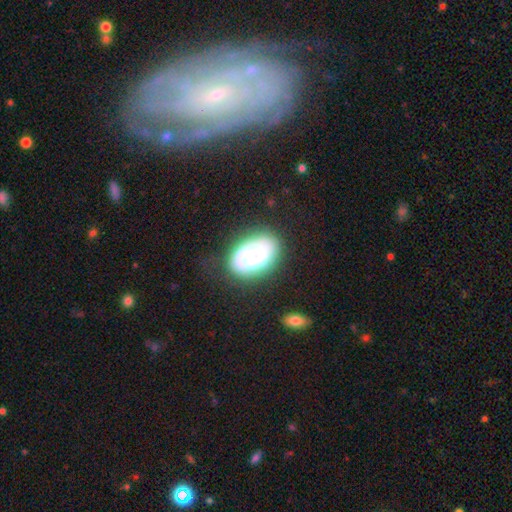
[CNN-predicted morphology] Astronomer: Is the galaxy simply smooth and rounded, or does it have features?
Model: smooth — 54% (runner-up: featured or disk, 38%).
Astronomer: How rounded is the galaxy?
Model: in between — 85%.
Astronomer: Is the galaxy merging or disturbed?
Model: none — 63%.